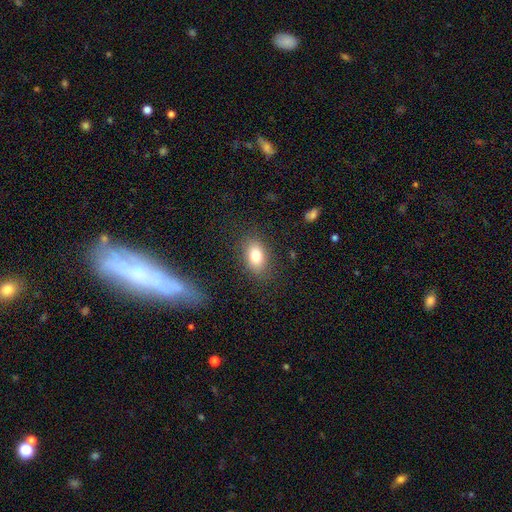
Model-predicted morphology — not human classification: Smooth or featured: smooth — 79% (featured or disk — 12%)
How rounded: in between — 84% (round — 14%)
Merging: none — 83% (minor disturbance — 11%)